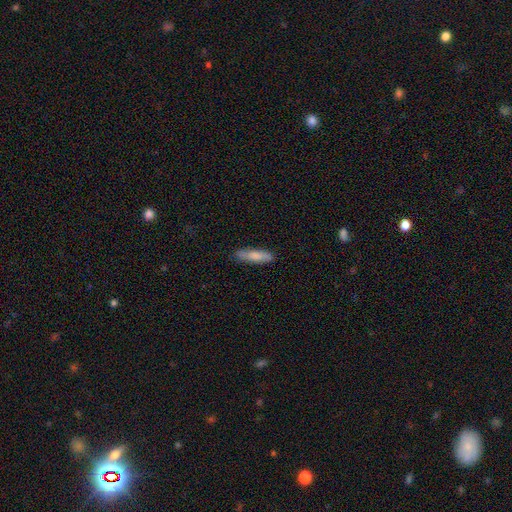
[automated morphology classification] smooth_or_featured: smooth (p=0.79) [alt: featured or disk p=0.16]
how_rounded: cigar-shaped (p=0.74) [alt: in between p=0.24]
merging: none (p=0.81) [alt: minor disturbance p=0.15]